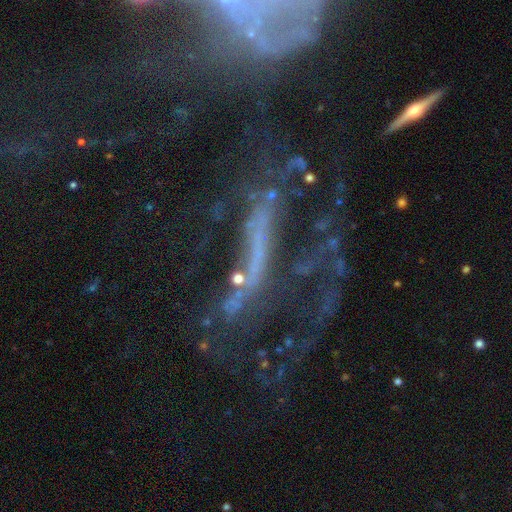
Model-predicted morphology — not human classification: Smooth or featured? Predicted: featured or disk (p=0.61). Edge-on disk? Predicted: no (p=0.80). Merging? Predicted: major disturbance (p=0.39).